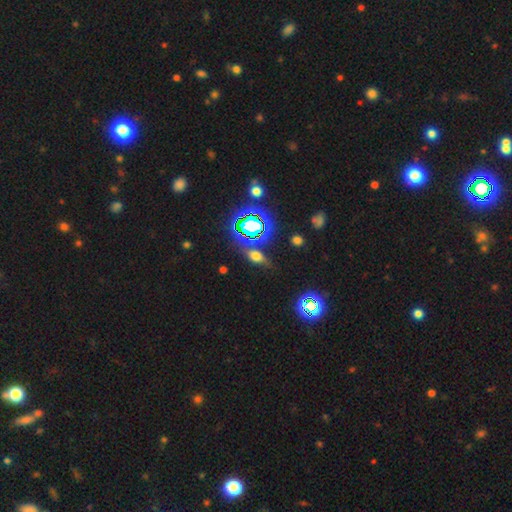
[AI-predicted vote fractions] Overall: smooth (43%; star or artifact 36%). Merging: none (72%).